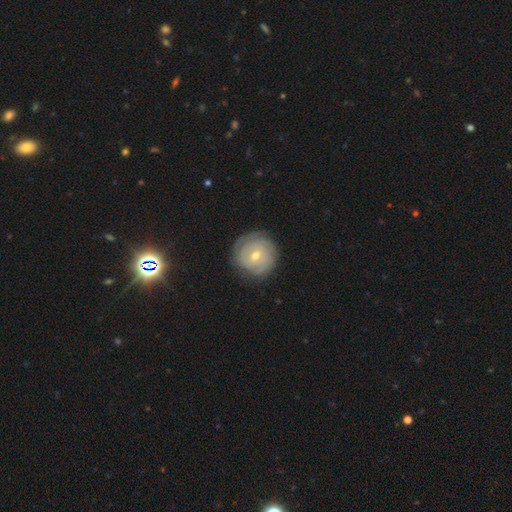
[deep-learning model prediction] Q: Smooth or featured?
A: featured or disk (71%); runner-up: smooth (20%)
Q: Edge-on disk?
A: no (97%); runner-up: yes (3%)
Q: Bar?
A: no (60%); runner-up: weak (32%)
Q: Spiral arms?
A: yes (89%); runner-up: no (11%)
Q: Spiral winding?
A: tight (80%); runner-up: medium (15%)
Q: Spiral arm count?
A: can't tell (43%); runner-up: 2 (25%)
Q: Bulge size?
A: small (53%); runner-up: moderate (44%)
Q: Merging?
A: none (82%); runner-up: minor disturbance (13%)